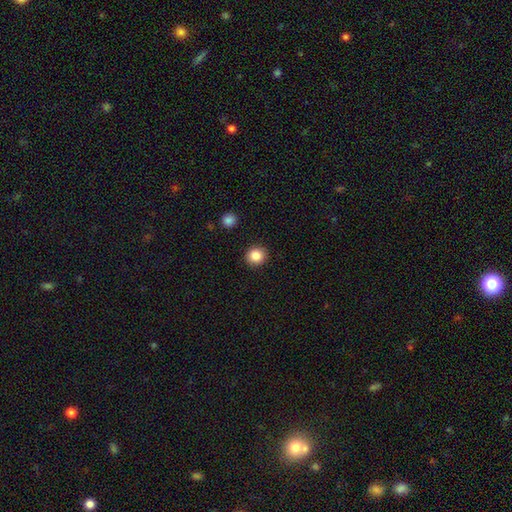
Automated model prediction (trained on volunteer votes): This appears to be a smooth galaxy with no disk features (86%) that is round (88%). Merging: none (91%).